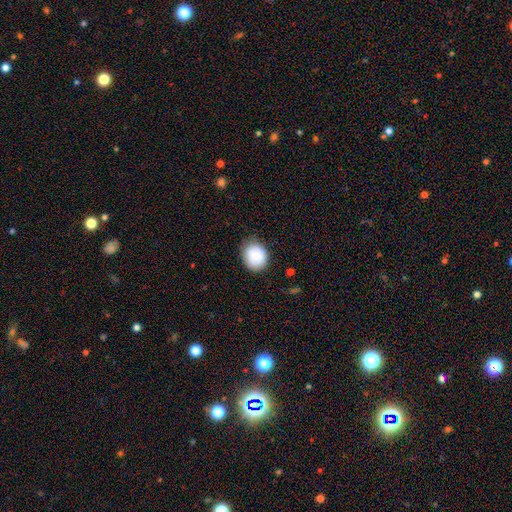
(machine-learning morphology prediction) Smooth or featured: smooth — 84% (featured or disk — 8%)
How rounded: round — 69% (in between — 30%)
Merging: none — 80% (minor disturbance — 15%)